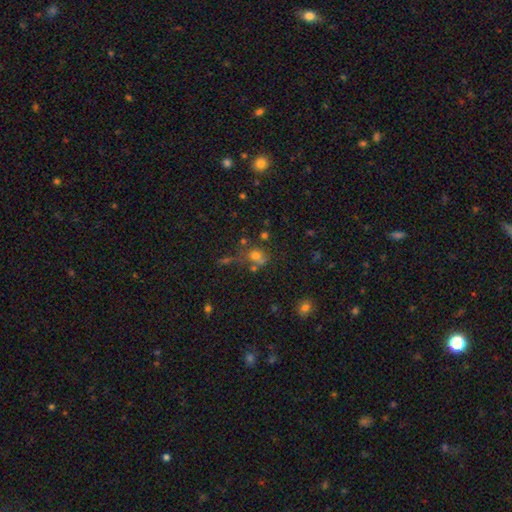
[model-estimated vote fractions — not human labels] The model was most divided on "merging": none: 45%, merger: 28%, minor disturbance: 16%, major disturbance: 11%. More confident: how rounded — round (69%); smooth or featured — smooth (64%).